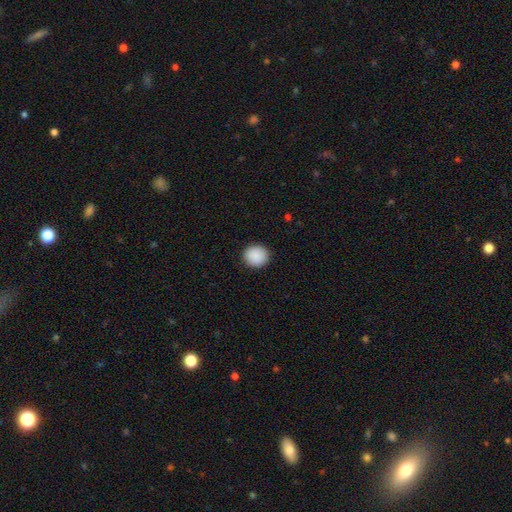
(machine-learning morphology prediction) smooth-or-featured: smooth: 90% | star or artifact: 7% | featured or disk: 3%
  how-rounded: round: 86% | in between: 13% | cigar-shaped: 1%
  merging: none: 92% | minor disturbance: 6% | major disturbance: 2% | merger: 1%